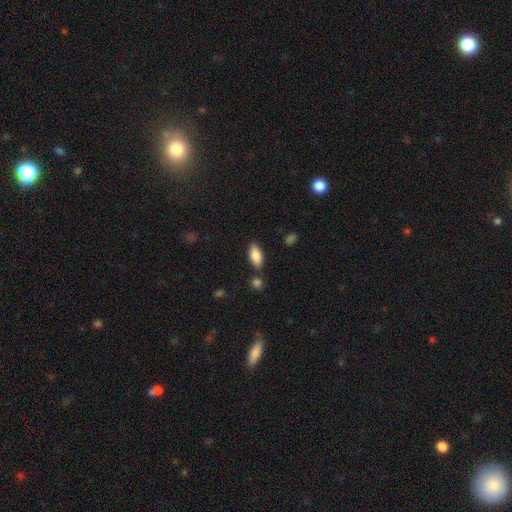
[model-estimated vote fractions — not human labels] A smooth galaxy with no disk features (86%) that is in between round and cigar-shaped (85%). Merging: none (81%).